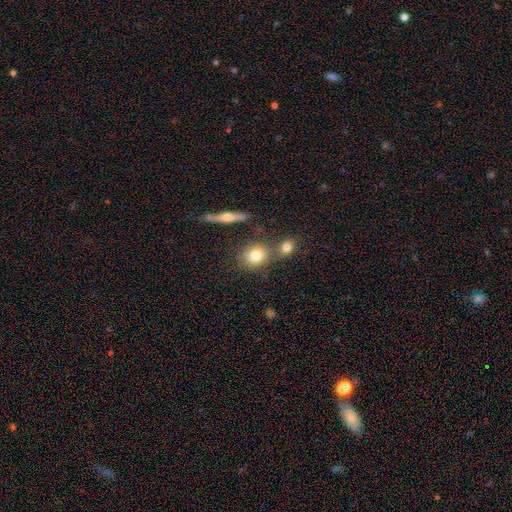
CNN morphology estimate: This is likely a smooth galaxy (80%). How rounded: likely round (66%). Merging: likely none (63%).